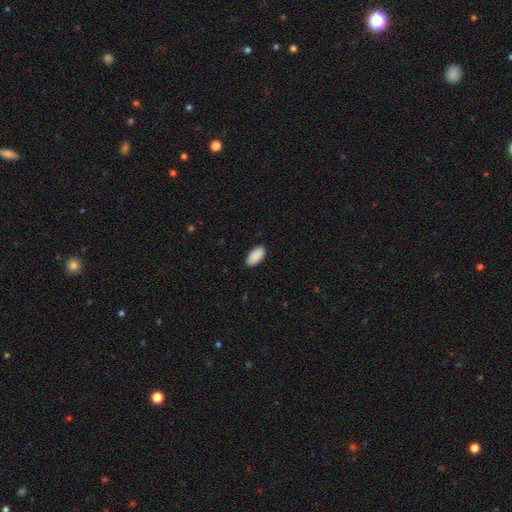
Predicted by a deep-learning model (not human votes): Overall: smooth (91%). How rounded: in between (94%). Merging: none (89%).